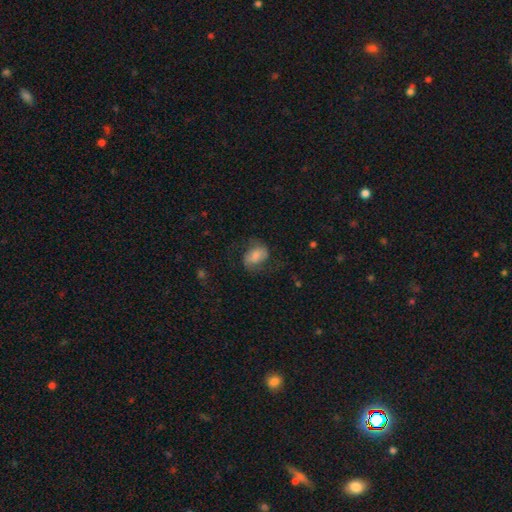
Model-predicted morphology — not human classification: This is possibly a smooth galaxy (53%). How rounded: likely in between (78%). Merging: possibly none (57%).